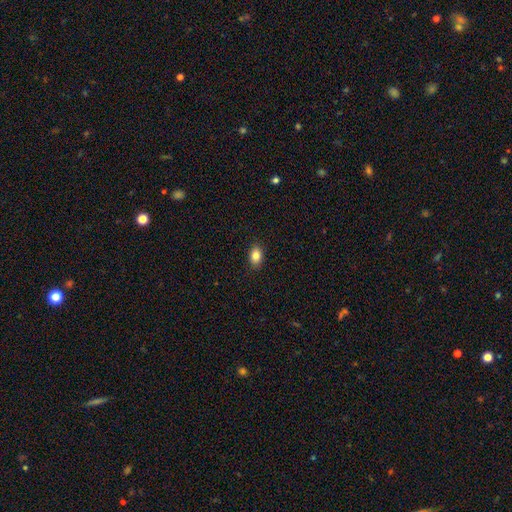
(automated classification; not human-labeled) This appears to be a smooth galaxy with no disk features (84%) that is in between round and cigar-shaped (86%). Merging: none (89%).